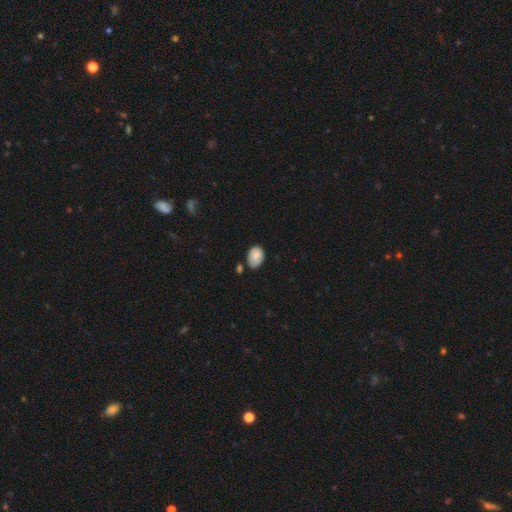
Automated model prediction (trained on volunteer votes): smooth-or-featured: smooth: 85% | featured or disk: 8% | star or artifact: 7%
  how-rounded: in between: 81% | round: 18% | cigar-shaped: 1%
  merging: none: 66% | minor disturbance: 23% | merger: 7% | major disturbance: 4%